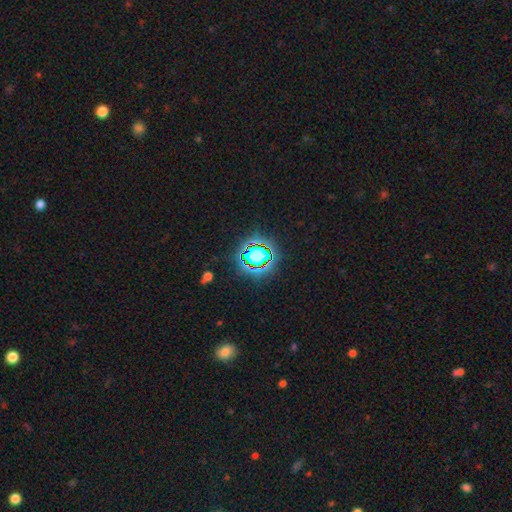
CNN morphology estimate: This is likely a star or artifact rather than a galaxy (64%).